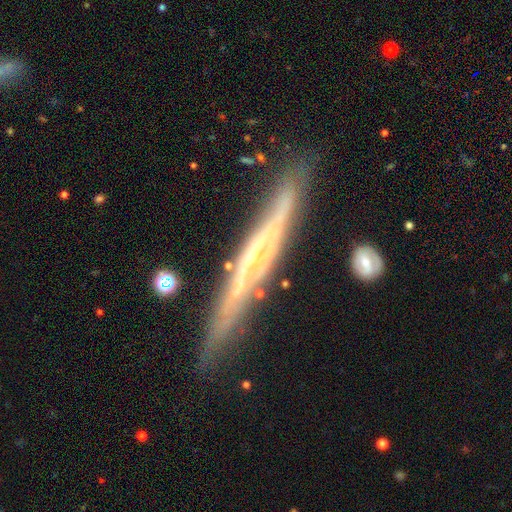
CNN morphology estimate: This appears to be a featured or disk galaxy (81%) viewed edge-on (93%) with a rounded central bulge (45%). Merging: none (82%).